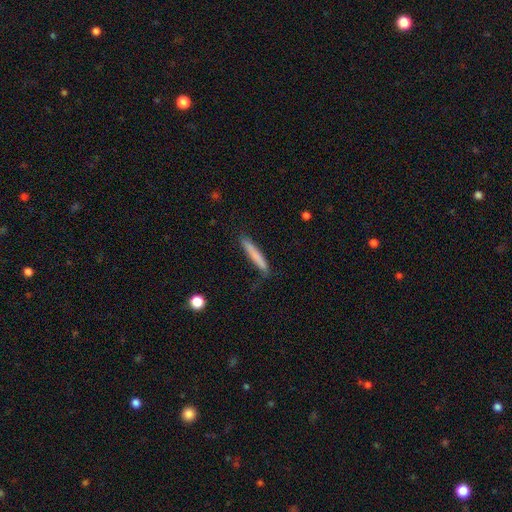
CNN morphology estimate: Smooth or featured? smooth (77%)
How rounded? cigar-shaped (95%)
Merging? none (77%)